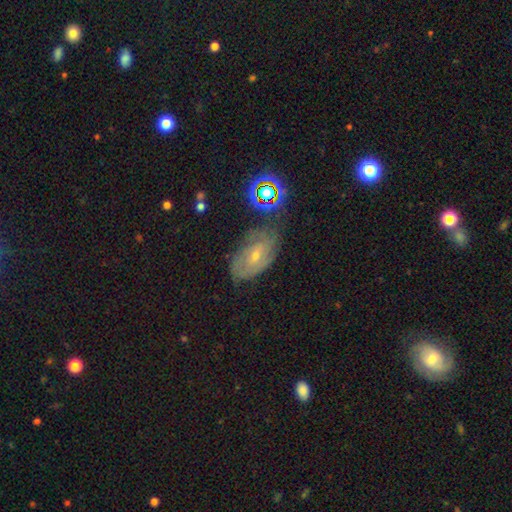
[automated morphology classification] Smooth or featured?
  - featured or disk: 62% *
  - smooth: 23%
  - star or artifact: 15%
Edge-on disk?
  - no: 93% *
  - yes: 7%
Bar?
  - no: 50% *
  - weak: 38%
  - strong: 11%
Spiral arms?
  - yes: 81% *
  - no: 19%
Bulge size?
  - small: 66% *
  - moderate: 30%
  - none: 2%
  - large: 1%
  - dominant: 1%
Merging?
  - none: 58% *
  - minor disturbance: 26%
  - major disturbance: 11%
  - merger: 5%